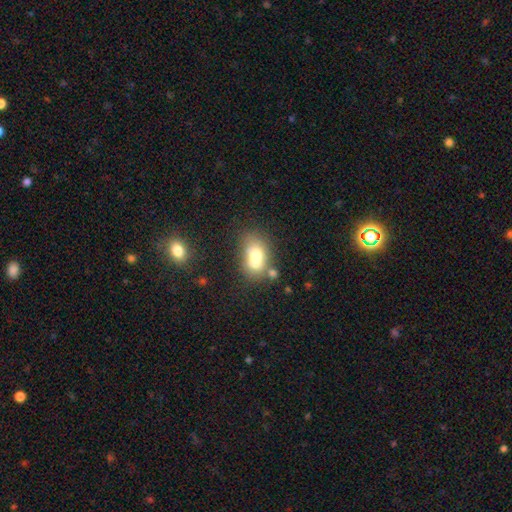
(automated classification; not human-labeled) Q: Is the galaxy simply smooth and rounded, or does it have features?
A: smooth — 65%.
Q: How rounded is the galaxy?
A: in between — 69%.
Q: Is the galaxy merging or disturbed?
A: merger — 48%.